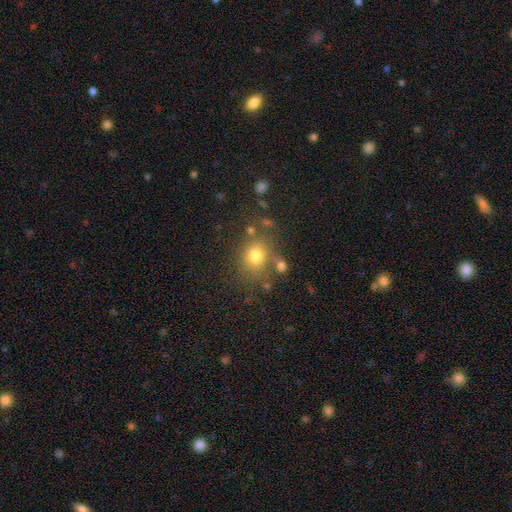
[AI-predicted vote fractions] smooth 74%, star or artifact 15%, featured or disk 10%. Down the decision tree: how rounded — round (67%); merging — none (71%).